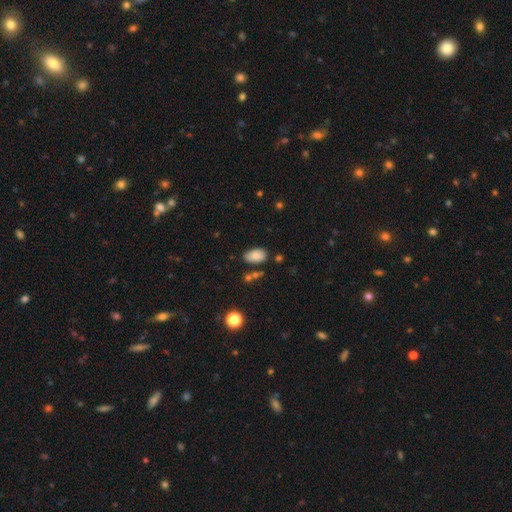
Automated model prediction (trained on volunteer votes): Morphology: type=smooth (83%); roundness=in between (93%); merging=none (70%).